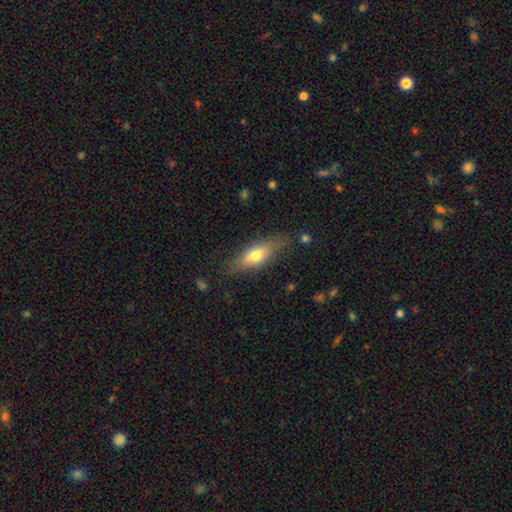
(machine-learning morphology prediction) Smooth or featured? Predicted: smooth (p=0.58). How rounded? Predicted: in between (p=0.58). Merging? Predicted: none (p=0.74).